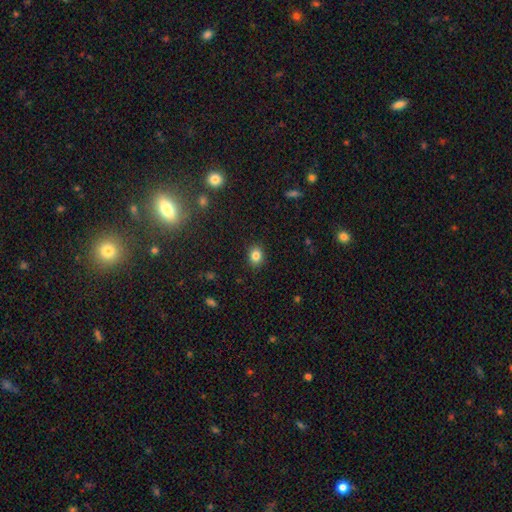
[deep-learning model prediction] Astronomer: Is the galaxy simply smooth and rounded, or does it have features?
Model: smooth — 83%.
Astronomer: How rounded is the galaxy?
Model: round — 57% (runner-up: in between, 42%).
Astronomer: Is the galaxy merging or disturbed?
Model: none — 89%.